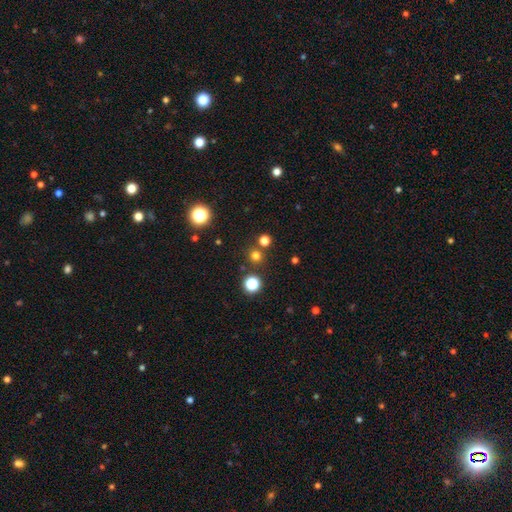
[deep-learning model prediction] smooth_or_featured: smooth (p=0.70) [alt: star or artifact p=0.24]
how_rounded: round (p=0.94) [alt: in between p=0.05]
merging: none (p=0.83) [alt: merger p=0.09]